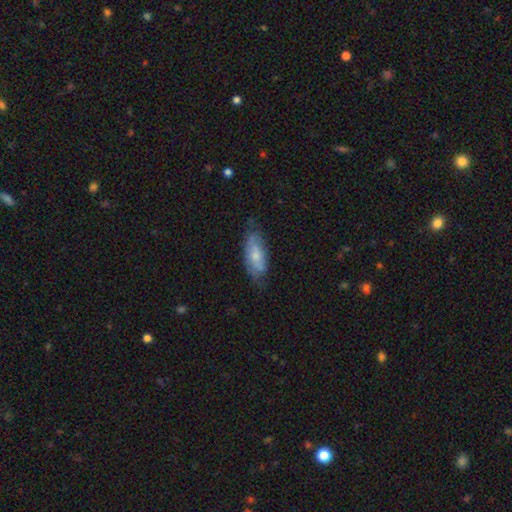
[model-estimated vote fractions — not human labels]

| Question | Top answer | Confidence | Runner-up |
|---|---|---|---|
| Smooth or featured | smooth | 55% | featured or disk (38%) |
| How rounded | in between | 76% | cigar-shaped (22%) |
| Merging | none | 64% | minor disturbance (28%) |